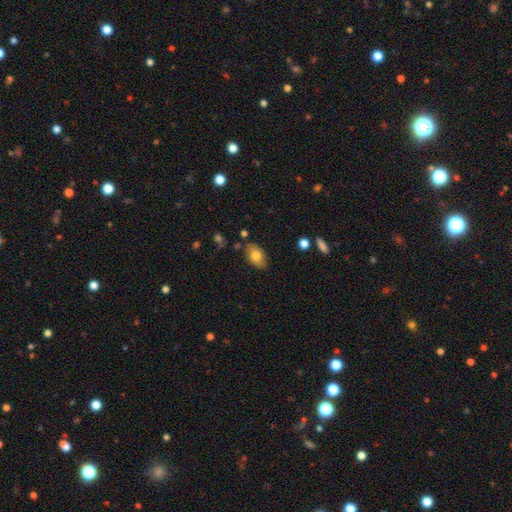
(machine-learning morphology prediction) smooth_or_featured: smooth (p=0.75) [alt: featured or disk p=0.17]
how_rounded: in between (p=0.90) [alt: round p=0.08]
merging: none (p=0.79) [alt: minor disturbance p=0.15]